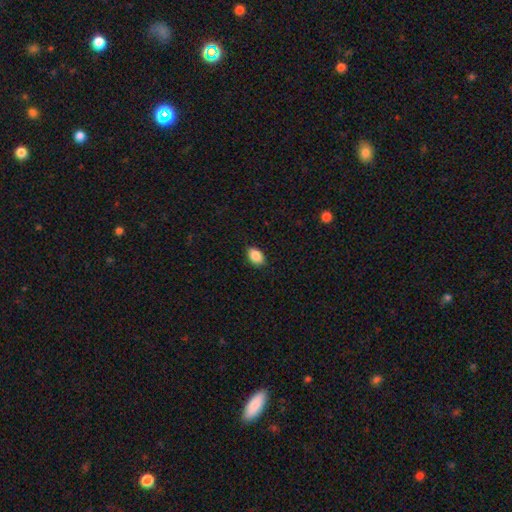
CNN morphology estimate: The model was most divided on "merging": none: 87%, minor disturbance: 10%, major disturbance: 2%, merger: 1%. More confident: smooth or featured — smooth (89%); how rounded — in between (88%).